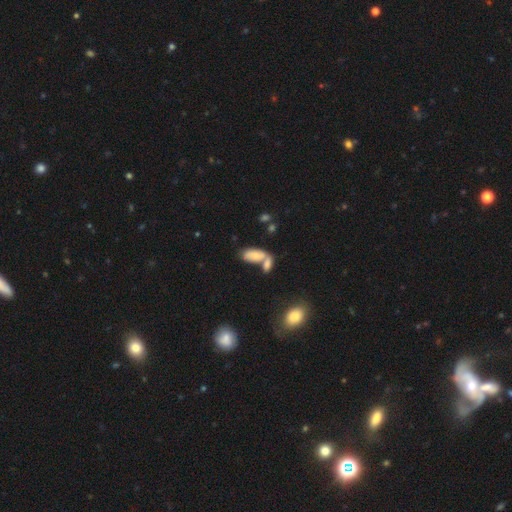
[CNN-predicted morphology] Smooth or featured?
  - smooth: 71% *
  - featured or disk: 21%
  - star or artifact: 8%
How rounded?
  - in between: 89% *
  - cigar-shaped: 8%
  - round: 3%
Merging?
  - merger: 53% *
  - none: 30%
  - minor disturbance: 11%
  - major disturbance: 6%